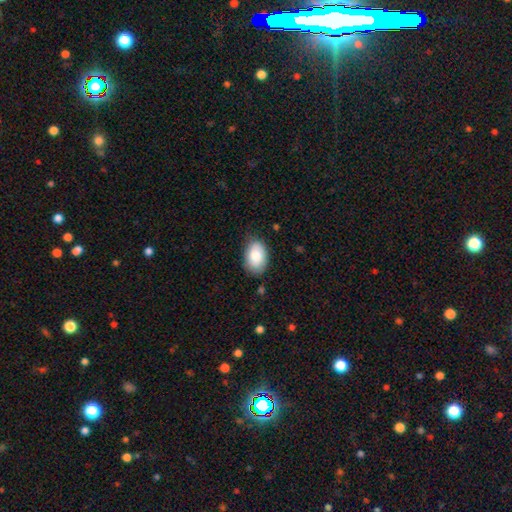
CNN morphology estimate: Smooth or featured? smooth (80%)
How rounded? in between (90%)
Merging? none (76%)